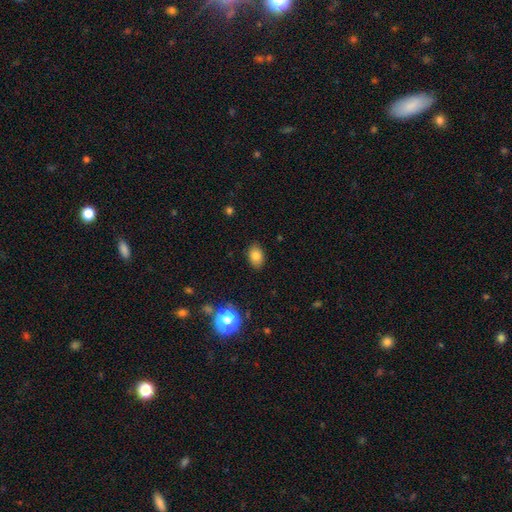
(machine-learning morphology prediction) This appears to be a smooth galaxy with no disk features (81%) that is in between round and cigar-shaped (81%). Merging: none (86%).